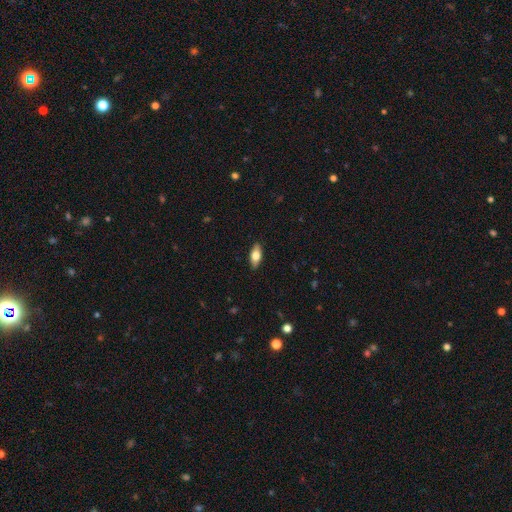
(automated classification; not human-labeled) smooth-or-featured: smooth: 67% | featured or disk: 26% | star or artifact: 6%
  how-rounded: in between: 80% | cigar-shaped: 17% | round: 3%
  merging: none: 89% | minor disturbance: 8% | major disturbance: 2% | merger: 1%